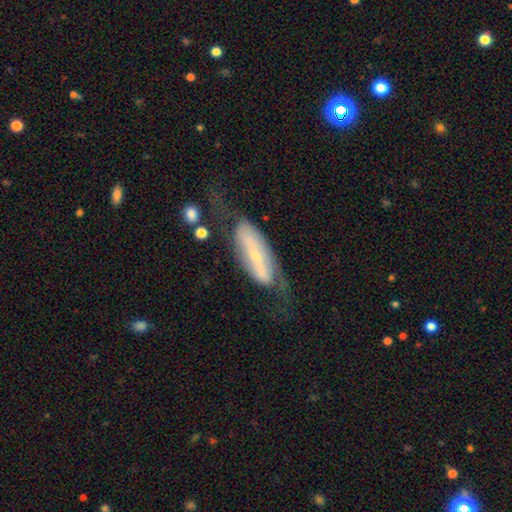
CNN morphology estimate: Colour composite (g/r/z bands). It shows a featured or disk galaxy (70%) with a strong bar (47%), spiral arms (75%) and a small central bulge (70%). Merging: none (50%).